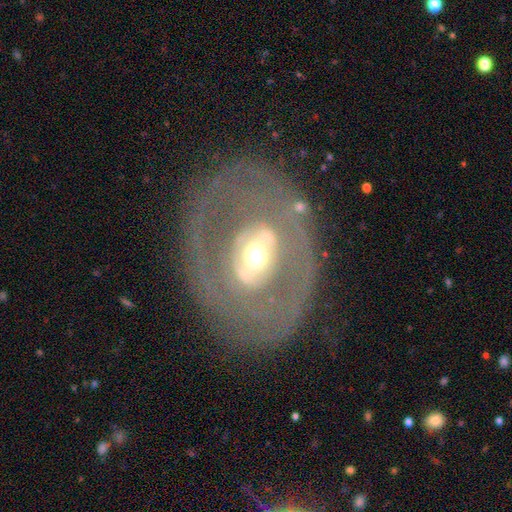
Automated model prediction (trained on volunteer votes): This appears to be a featured or disk galaxy (76%) with no bar (42%), no spiral arms (50%, tied with yes) and a moderate central bulge (63%). Merging: none (71%).